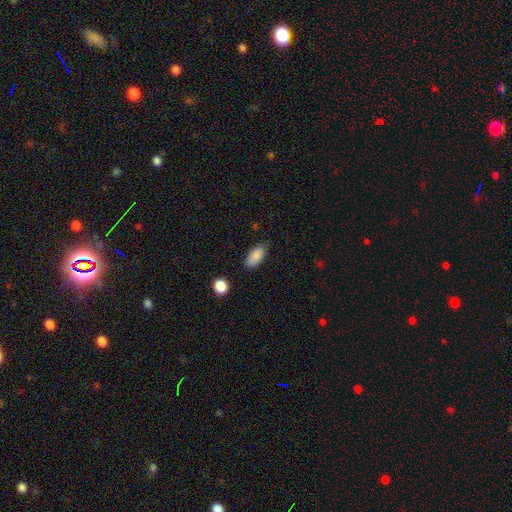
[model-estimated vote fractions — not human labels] Smooth or featured? Predicted: smooth (p=0.86). How rounded? Predicted: in between (p=0.90). Merging? Predicted: none (p=0.72).